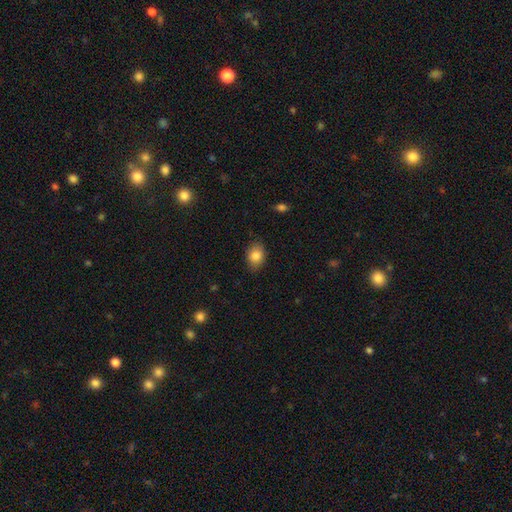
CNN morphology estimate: A smooth galaxy with no disk features (84%) that is in between round and cigar-shaped (70%). Merging: none (84%).